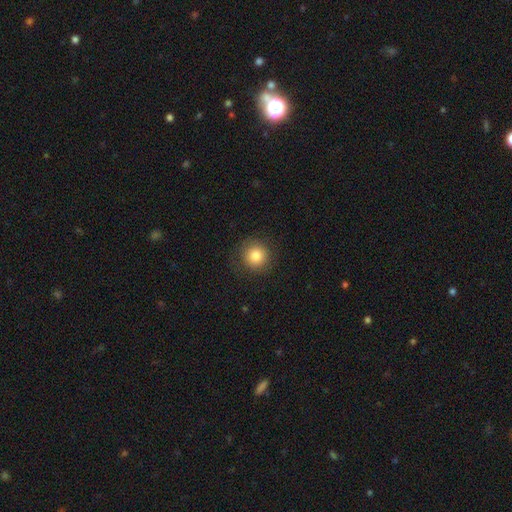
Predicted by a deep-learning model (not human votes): Smooth or featured: smooth — 82% (star or artifact — 11%)
How rounded: round — 93% (in between — 6%)
Merging: none — 87% (minor disturbance — 8%)